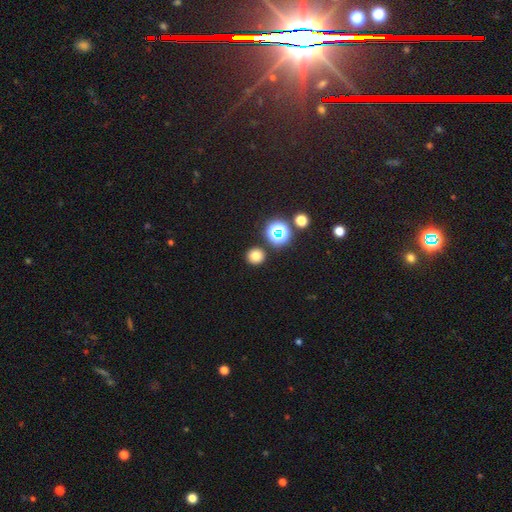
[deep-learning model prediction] smooth_or_featured: smooth (p=0.74) [alt: star or artifact p=0.19]
how_rounded: round (p=0.91) [alt: in between p=0.08]
merging: none (p=0.89) [alt: minor disturbance p=0.06]